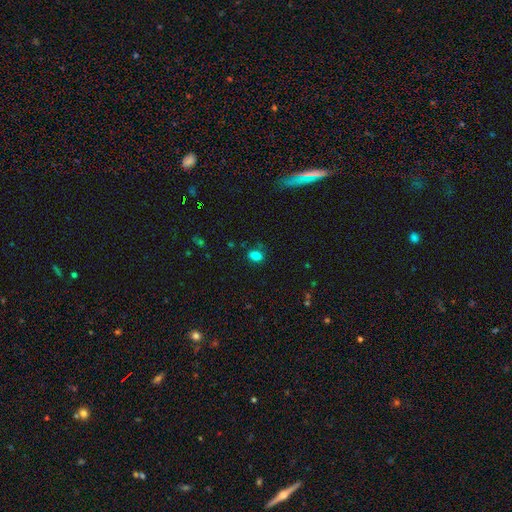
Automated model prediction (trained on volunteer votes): smooth-or-featured: smooth: 82% | star or artifact: 14% | featured or disk: 5%
  how-rounded: in between: 82% | round: 16% | cigar-shaped: 2%
  merging: none: 73% | minor disturbance: 18% | major disturbance: 6% | merger: 3%